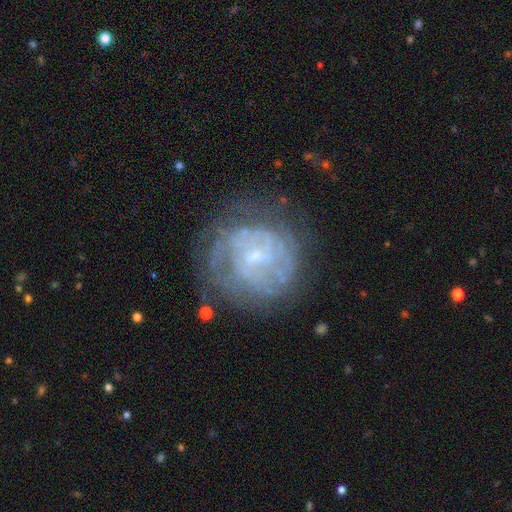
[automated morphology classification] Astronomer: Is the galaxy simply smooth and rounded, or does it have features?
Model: featured or disk — 74%.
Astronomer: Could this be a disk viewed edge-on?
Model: no — 98%.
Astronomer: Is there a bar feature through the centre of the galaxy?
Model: no — 55% (runner-up: weak, 37%).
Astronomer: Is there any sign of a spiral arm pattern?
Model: yes — 71%.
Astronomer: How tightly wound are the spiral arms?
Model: tight — 65%.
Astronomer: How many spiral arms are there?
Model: can't tell — 59%.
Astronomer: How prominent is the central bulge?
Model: small — 74%.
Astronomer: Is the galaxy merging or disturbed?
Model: none — 66%.